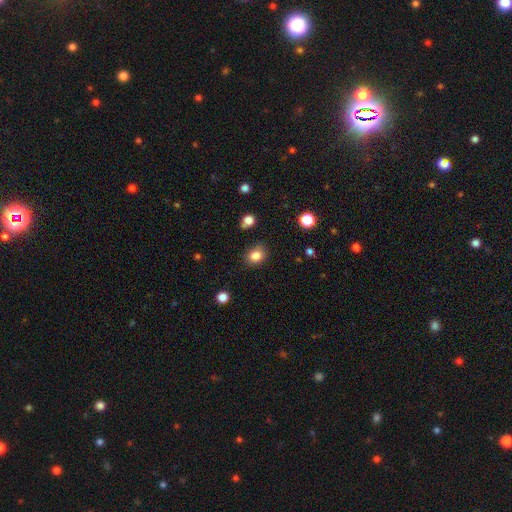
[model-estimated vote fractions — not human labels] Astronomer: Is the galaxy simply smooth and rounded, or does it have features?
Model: smooth — 83%.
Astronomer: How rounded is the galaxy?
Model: round — 50% (runner-up: in between, 49%).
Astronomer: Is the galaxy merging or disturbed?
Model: none — 78%.